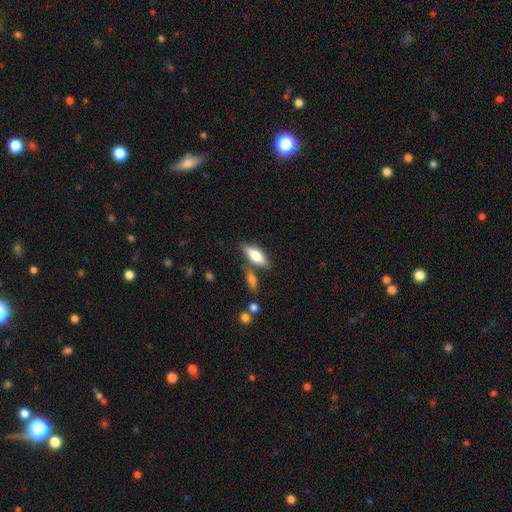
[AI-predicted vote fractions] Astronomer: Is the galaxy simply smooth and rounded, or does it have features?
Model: smooth — 64%.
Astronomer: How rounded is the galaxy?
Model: in between — 66%.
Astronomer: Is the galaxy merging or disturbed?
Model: none — 69%.